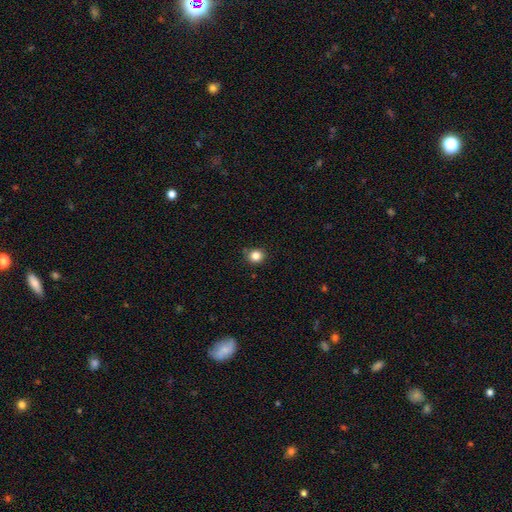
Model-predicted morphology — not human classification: Smooth or featured: smooth — 84% (star or artifact — 12%)
How rounded: round — 83% (in between — 16%)
Merging: none — 82% (minor disturbance — 13%)